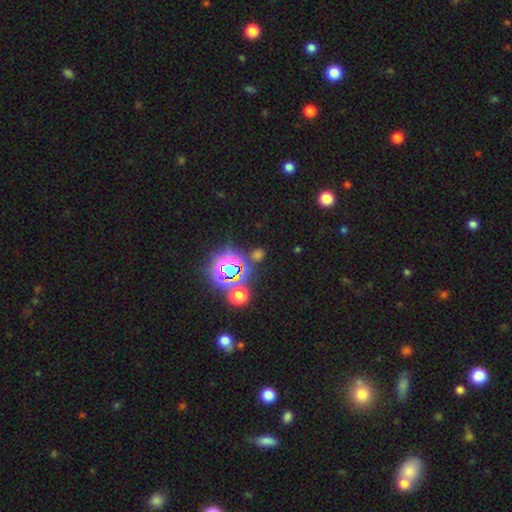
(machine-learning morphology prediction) Smooth or featured? star or artifact (68%)